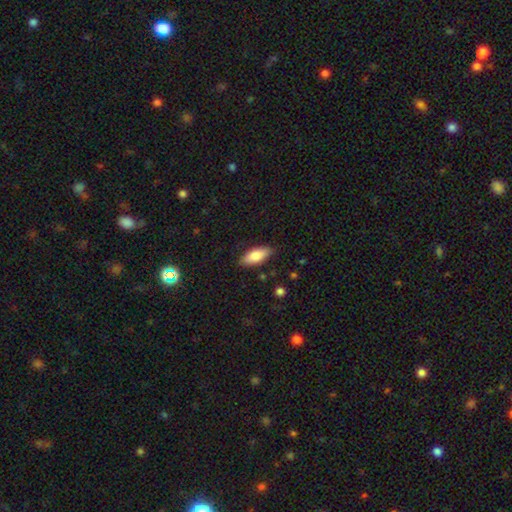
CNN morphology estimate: This appears to be a smooth galaxy with no disk features (81%) that is in between round and cigar-shaped (80%). Merging: none (84%).